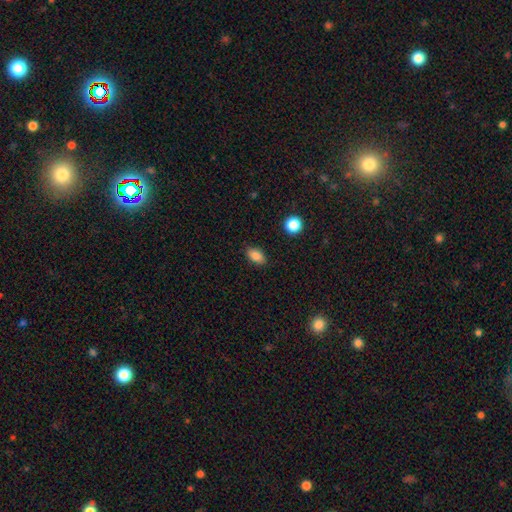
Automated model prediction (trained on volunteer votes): Smooth or featured?
  - smooth: 86% *
  - star or artifact: 9%
  - featured or disk: 5%
How rounded?
  - in between: 88% *
  - round: 9%
  - cigar-shaped: 3%
Merging?
  - none: 87% *
  - minor disturbance: 9%
  - major disturbance: 2%
  - merger: 1%